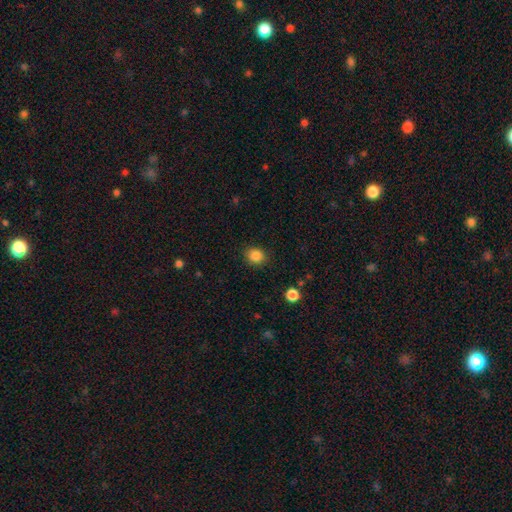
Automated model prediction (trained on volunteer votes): Q: Smooth or featured?
A: smooth (85%); runner-up: star or artifact (11%)
Q: How rounded?
A: round (78%); runner-up: in between (21%)
Q: Merging?
A: none (89%); runner-up: minor disturbance (8%)